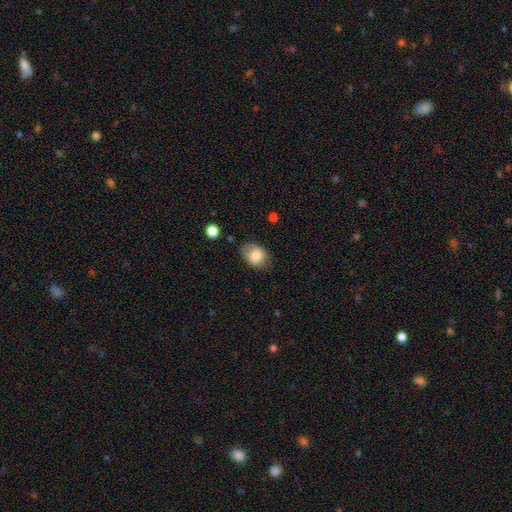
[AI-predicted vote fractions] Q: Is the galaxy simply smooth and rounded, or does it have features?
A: smooth — 78%.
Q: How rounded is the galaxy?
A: in between — 70%.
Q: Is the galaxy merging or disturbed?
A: none — 66%.